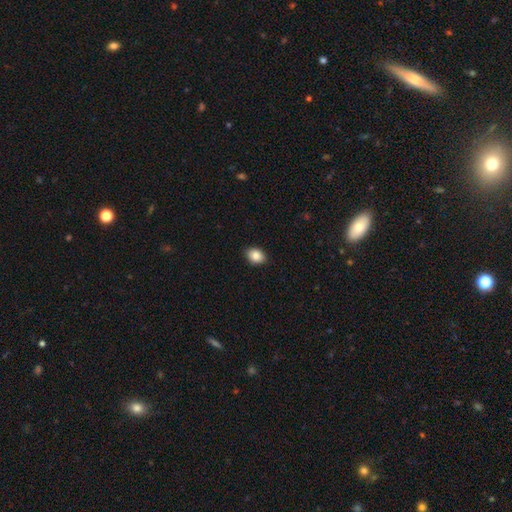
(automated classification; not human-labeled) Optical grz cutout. It shows a smooth galaxy with no disk features (87%) that is in between round and cigar-shaped (71%). Merging: none (89%).